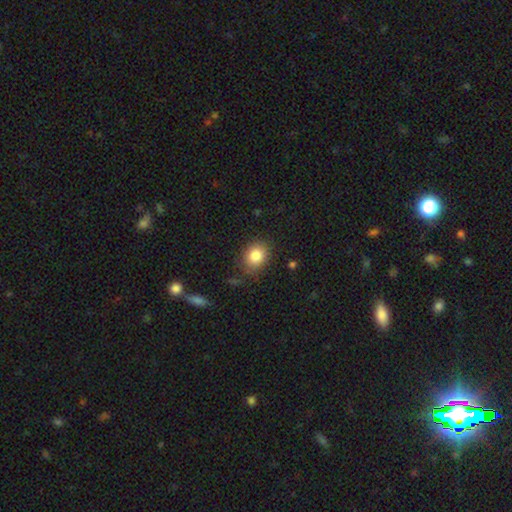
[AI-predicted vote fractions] A smooth galaxy with no disk features (84%) that is round (51%).

Vote fractions:
- Smooth or featured? smooth: 84% / star or artifact: 9% / featured or disk: 7%
- How rounded? round: 51% / in between: 49% / cigar-shaped: 1%
- Merging? none: 81% / minor disturbance: 13% / major disturbance: 4% / merger: 2%